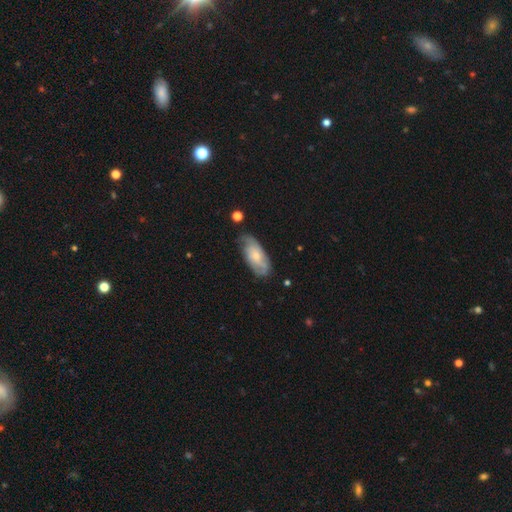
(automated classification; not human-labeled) The model was most divided on "smooth or featured" (2-way tie): featured or disk: 47%, smooth: 47%, star or artifact: 6%. More confident: merging — none (61%).